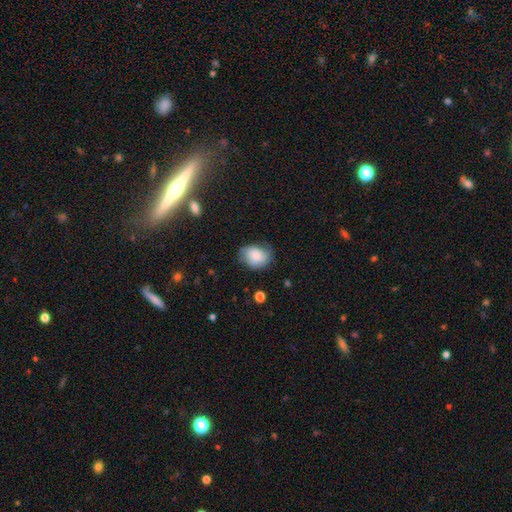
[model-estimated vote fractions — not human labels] smooth_or_featured: smooth (p=0.78) [alt: featured or disk p=0.14]
how_rounded: in between (p=0.63) [alt: round p=0.36]
merging: none (p=0.62) [alt: minor disturbance p=0.29]